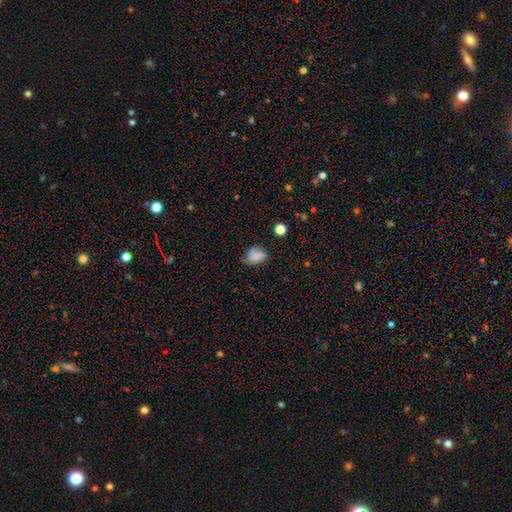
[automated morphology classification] This is likely a smooth galaxy (77%). How rounded: likely in between (71%). Merging: possibly none (57%).